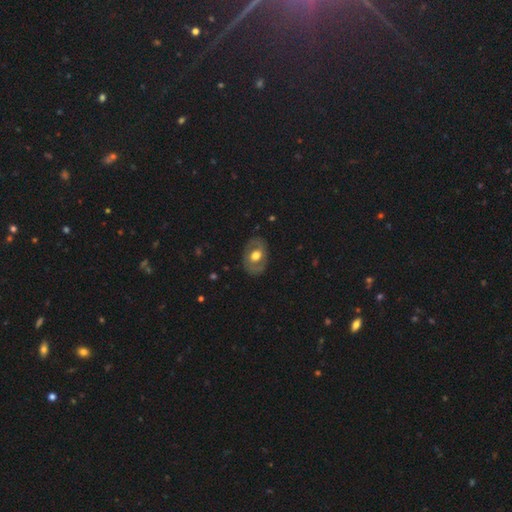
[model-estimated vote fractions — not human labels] The model was most divided on "smooth or featured": featured or disk: 55%, smooth: 39%, star or artifact: 6%. More confident: edge-on disk — no (94%); merging — none (80%); bar — no (73%); spiral arms — no (64%); bulge size — moderate (56%).